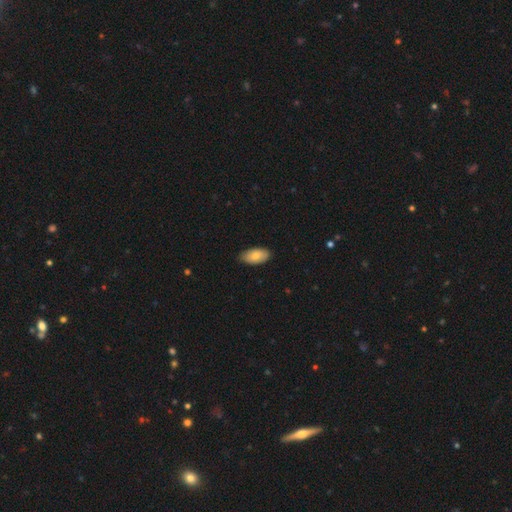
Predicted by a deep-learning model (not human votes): Q: Smooth or featured?
A: smooth (80%); runner-up: featured or disk (14%)
Q: How rounded?
A: in between (94%); runner-up: cigar-shaped (3%)
Q: Merging?
A: none (83%); runner-up: minor disturbance (14%)